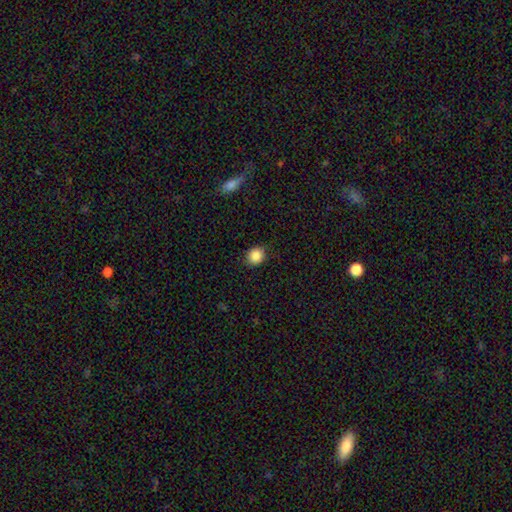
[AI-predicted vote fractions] Smooth or featured? smooth (86%)
How rounded? round (73%)
Merging? none (87%)